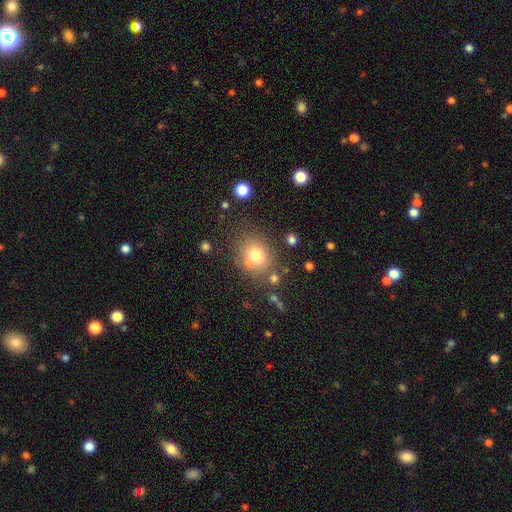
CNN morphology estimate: smooth-or-featured: smooth: 75% | star or artifact: 13% | featured or disk: 12%
  how-rounded: round: 66% | in between: 33% | cigar-shaped: 1%
  merging: none: 72% | minor disturbance: 14% | merger: 9% | major disturbance: 6%